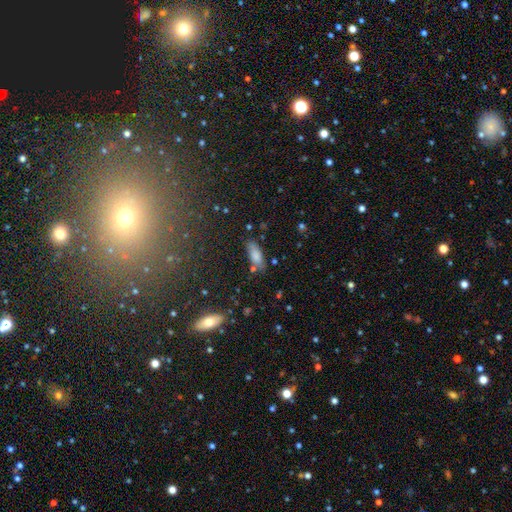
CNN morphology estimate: smooth_or_featured: smooth (p=0.79) [alt: featured or disk p=0.11]
how_rounded: in between (p=0.72) [alt: cigar-shaped p=0.26]
merging: none (p=0.69) [alt: minor disturbance p=0.19]